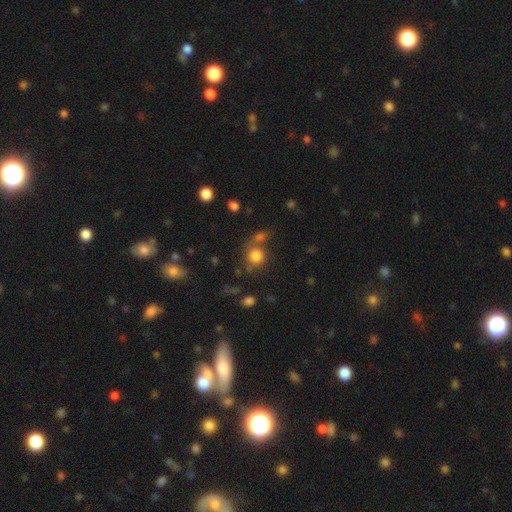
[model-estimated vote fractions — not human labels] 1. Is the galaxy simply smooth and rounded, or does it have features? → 81% smooth, 11% star or artifact, 8% featured or disk.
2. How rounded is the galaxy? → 86% round, 13% in between, 1% cigar-shaped.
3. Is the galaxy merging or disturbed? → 54% none, 27% merger, 12% minor disturbance, 7% major disturbance.